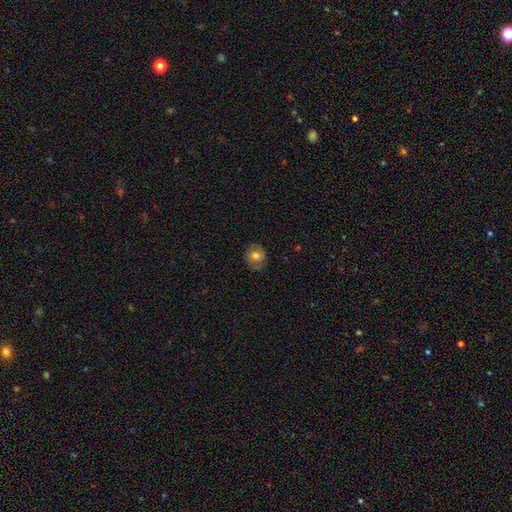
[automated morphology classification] This appears to be a smooth galaxy with no disk features (74%) that is round (75%). Merging: none (79%).